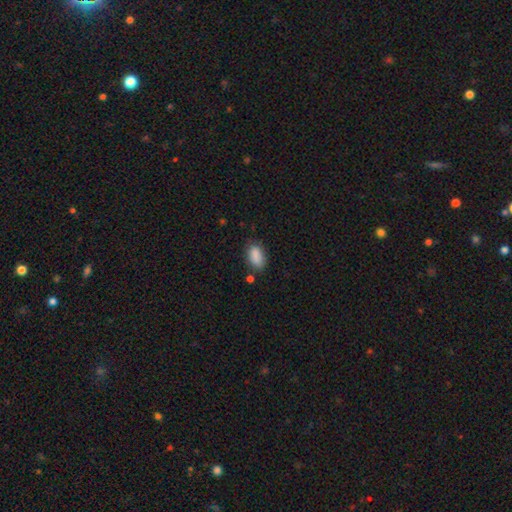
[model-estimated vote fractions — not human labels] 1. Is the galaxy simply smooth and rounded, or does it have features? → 87% smooth, 8% star or artifact, 5% featured or disk.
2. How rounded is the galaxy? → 90% in between, 6% round, 4% cigar-shaped.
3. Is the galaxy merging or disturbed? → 70% none, 21% minor disturbance, 5% merger, 5% major disturbance.